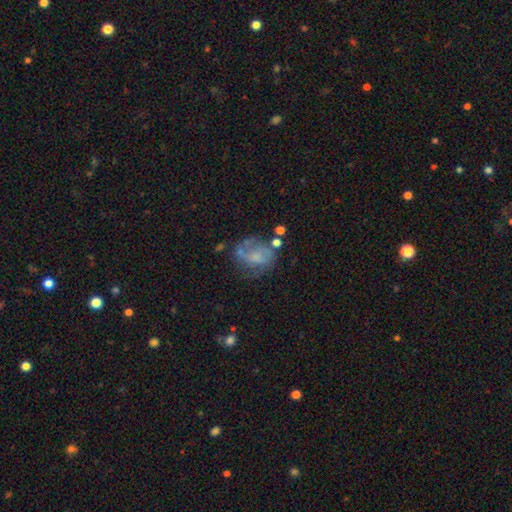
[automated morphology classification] Smooth or featured?
  - featured or disk: 53% *
  - smooth: 35%
  - star or artifact: 12%
Edge-on disk?
  - no: 97% *
  - yes: 3%
Bar?
  - no: 71% *
  - weak: 24%
  - strong: 5%
Spiral arms?
  - yes: 52% *
  - no: 48%
Bulge size?
  - small: 37% *
  - none: 36%
  - moderate: 22%
  - large: 3%
  - dominant: 1%
Merging?
  - none: 41% *
  - major disturbance: 26%
  - minor disturbance: 23%
  - merger: 10%